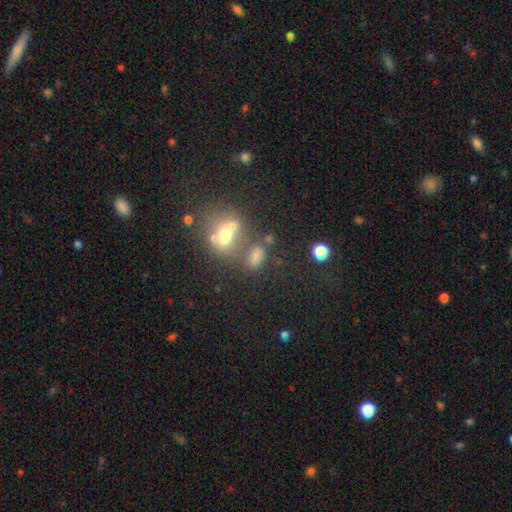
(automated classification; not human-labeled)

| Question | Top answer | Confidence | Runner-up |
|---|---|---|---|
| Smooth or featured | smooth | 61% | star or artifact (23%) |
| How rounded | in between | 66% | round (28%) |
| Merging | none | 45% | merger (32%) |